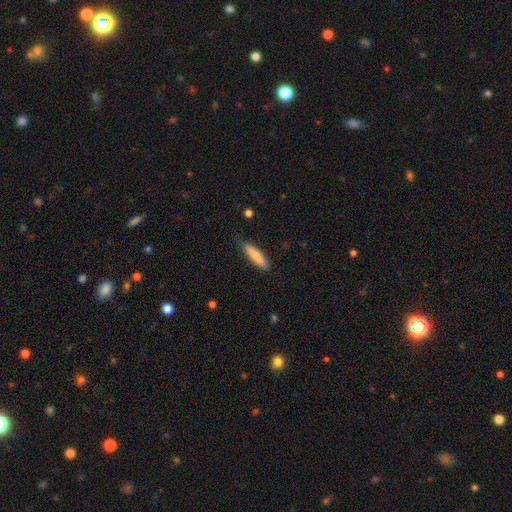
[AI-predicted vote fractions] Overall: smooth (79%). How rounded: cigar-shaped (74%). Merging: none (77%).